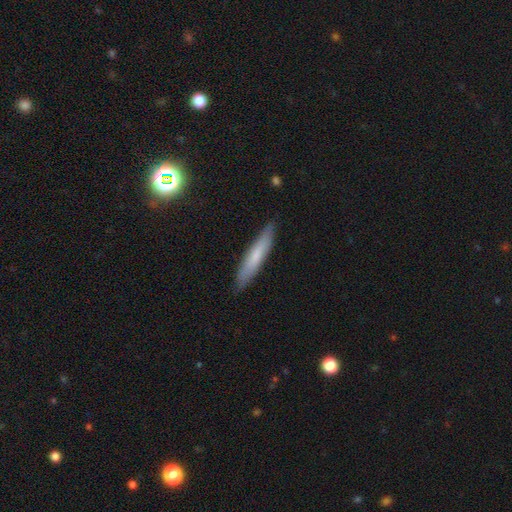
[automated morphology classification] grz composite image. It shows a smooth galaxy with no disk features (66%) that is cigar-shaped (89%). Merging: none (88%).